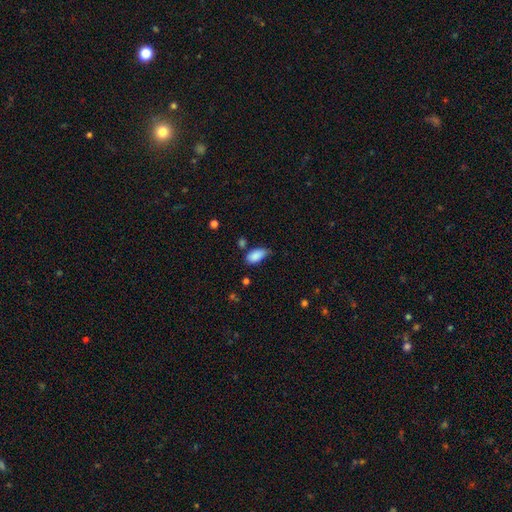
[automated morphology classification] Smooth or featured? smooth (88%)
How rounded? in between (92%)
Merging? none (58%)